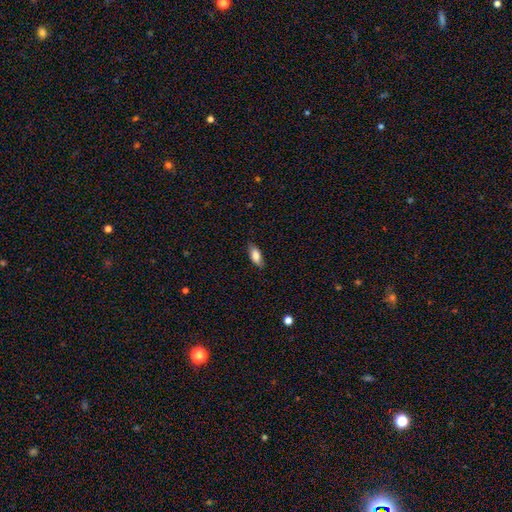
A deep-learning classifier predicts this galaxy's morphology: Smooth or featured? Predicted: smooth (p=0.79). How rounded? Predicted: in between (p=0.80). Merging? Predicted: none (p=0.81).